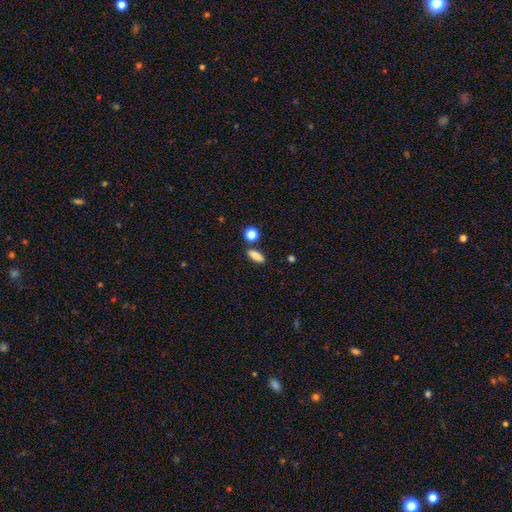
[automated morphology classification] The model was most divided on "how rounded": in between: 69%, cigar-shaped: 22%, round: 9%. More confident: smooth or featured — smooth (84%); merging — none (80%).